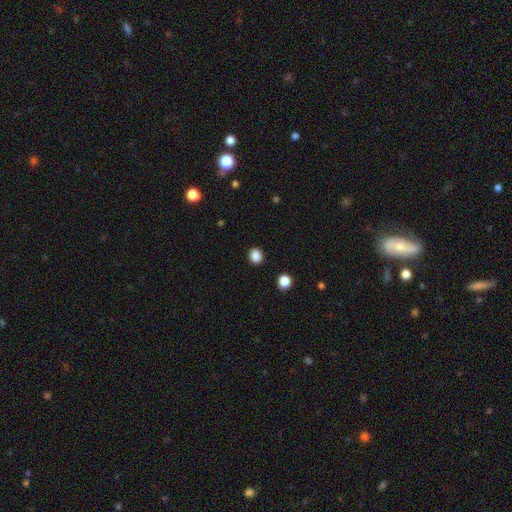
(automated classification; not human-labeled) Q: Smooth or featured?
A: smooth (86%); runner-up: star or artifact (11%)
Q: How rounded?
A: round (76%); runner-up: in between (24%)
Q: Merging?
A: none (90%); runner-up: minor disturbance (6%)